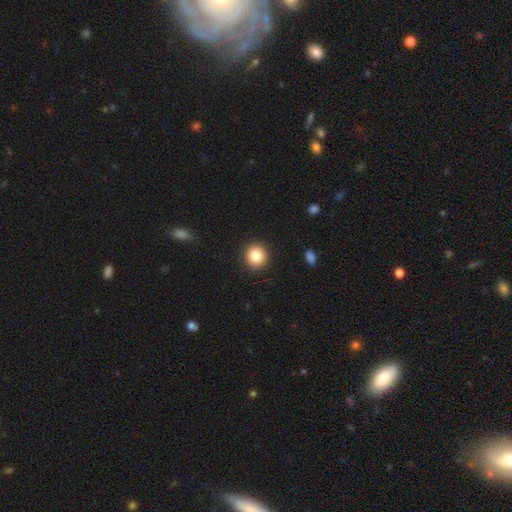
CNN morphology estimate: smooth_or_featured: smooth (p=0.84) [alt: star or artifact p=0.10]
how_rounded: round (p=0.89) [alt: in between p=0.10]
merging: none (p=0.91) [alt: minor disturbance p=0.06]